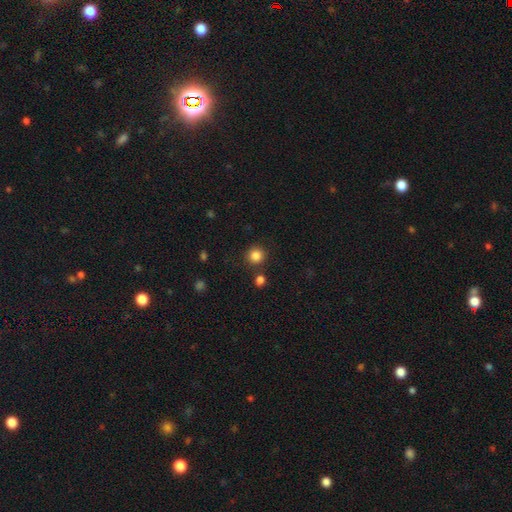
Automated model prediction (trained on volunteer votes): Overall: smooth (85%). How rounded: round (93%). Merging: none (86%).